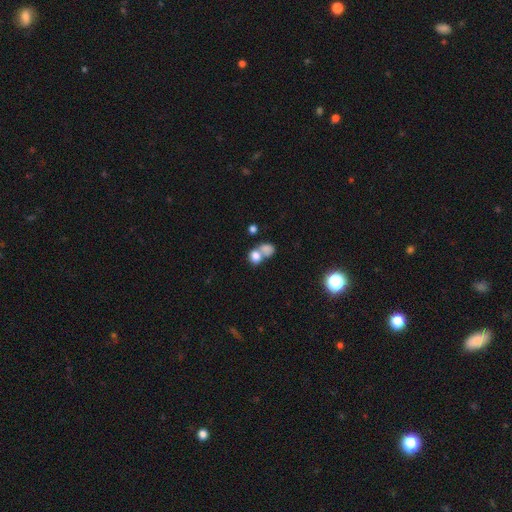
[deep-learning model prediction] Smooth or featured?
  - smooth: 77% *
  - featured or disk: 12%
  - star or artifact: 11%
How rounded?
  - round: 61% *
  - in between: 38%
  - cigar-shaped: 1%
Merging?
  - merger: 59% *
  - none: 29%
  - minor disturbance: 7%
  - major disturbance: 5%